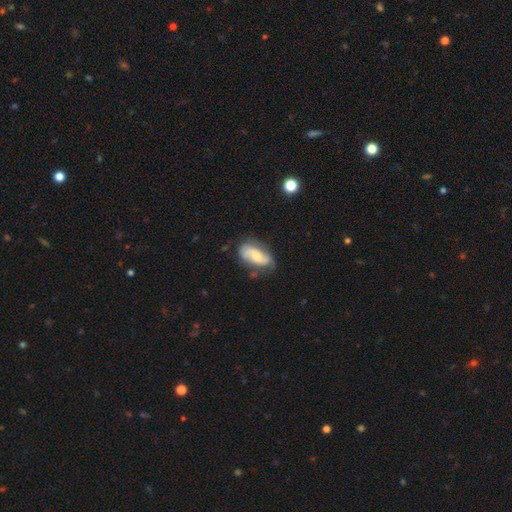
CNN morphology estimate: Smooth or featured?
  - smooth: 47% *
  - featured or disk: 46%
  - star or artifact: 7%
Merging?
  - none: 59% *
  - minor disturbance: 28%
  - major disturbance: 10%
  - merger: 3%